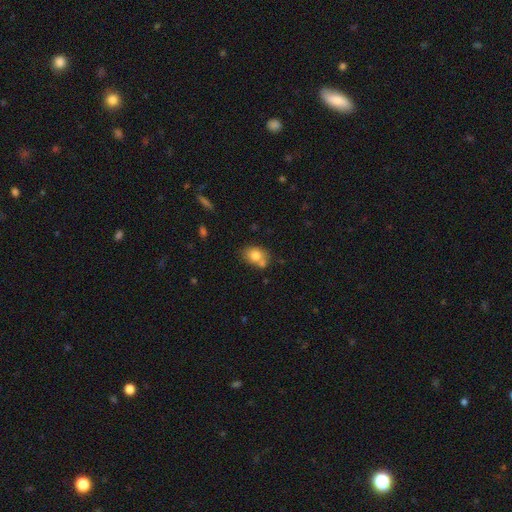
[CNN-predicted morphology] smooth-or-featured: smooth: 77% | featured or disk: 14% | star or artifact: 9%
  how-rounded: in between: 55% | round: 44% | cigar-shaped: 1%
  merging: none: 55% | merger: 26% | minor disturbance: 15% | major disturbance: 4%